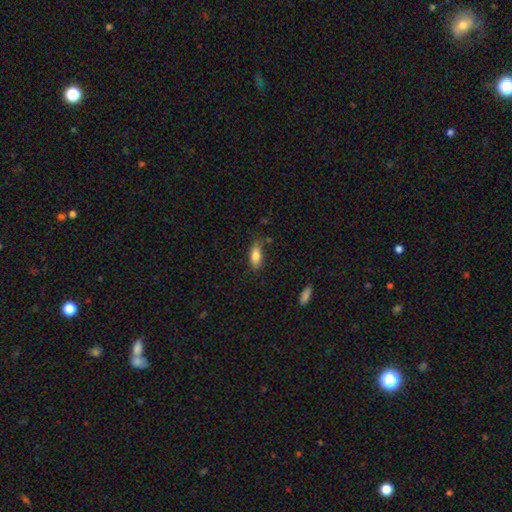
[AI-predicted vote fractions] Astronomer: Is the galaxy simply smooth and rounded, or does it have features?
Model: smooth — 80%.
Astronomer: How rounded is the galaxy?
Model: in between — 77%.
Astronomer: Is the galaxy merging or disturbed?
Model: none — 72%.